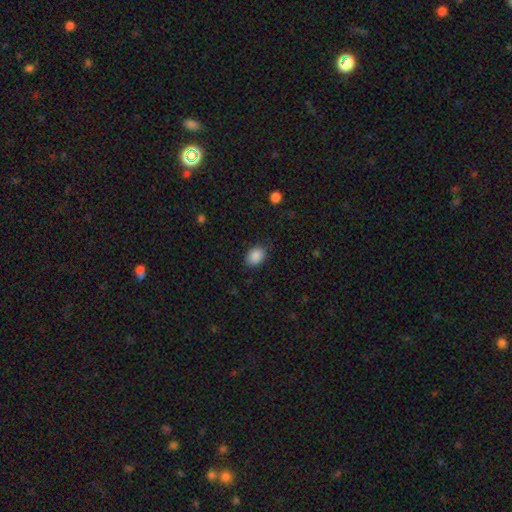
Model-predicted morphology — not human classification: A smooth galaxy with no disk features (88%) that is in between round and cigar-shaped (68%). Merging: none (80%).